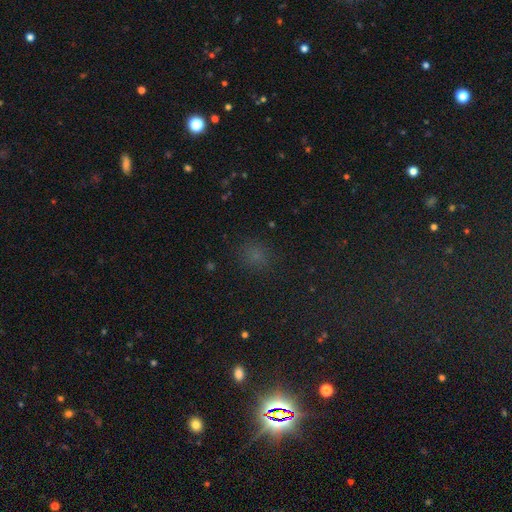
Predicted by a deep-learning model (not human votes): The model was most divided on "smooth or featured": smooth: 63%, star or artifact: 31%, featured or disk: 6%. More confident: merging — none (83%); how rounded — round (75%).